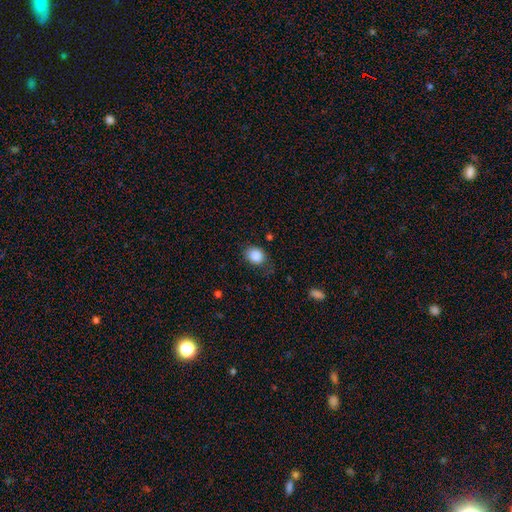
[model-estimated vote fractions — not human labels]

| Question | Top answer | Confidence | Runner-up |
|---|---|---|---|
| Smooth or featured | smooth | 86% | star or artifact (9%) |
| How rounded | round | 60% | in between (39%) |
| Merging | none | 72% | minor disturbance (20%) |